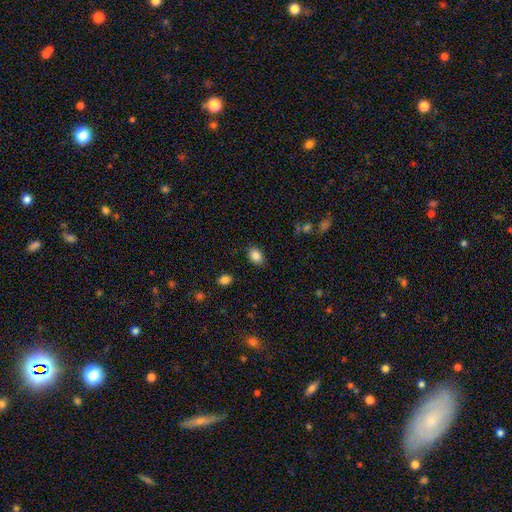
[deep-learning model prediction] smooth 86%, star or artifact 9%, featured or disk 5%. Down the decision tree: how rounded — in between (76%); merging — none (87%).